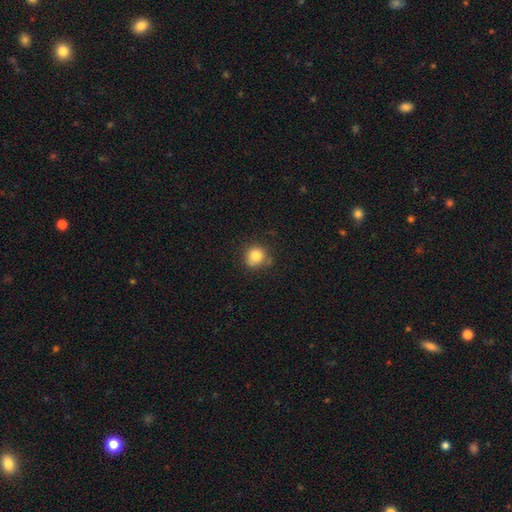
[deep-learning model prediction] This appears to be a smooth galaxy with no disk features (82%) that is round (87%). Merging: none (69%).